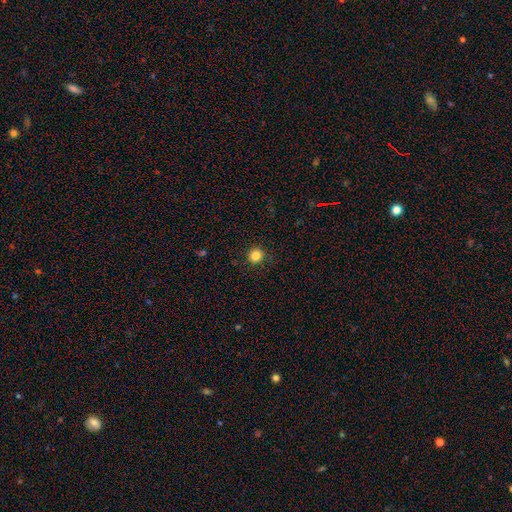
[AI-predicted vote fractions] Smooth or featured: smooth — 84% (star or artifact — 12%)
How rounded: round — 94% (in between — 5%)
Merging: none — 90% (minor disturbance — 7%)